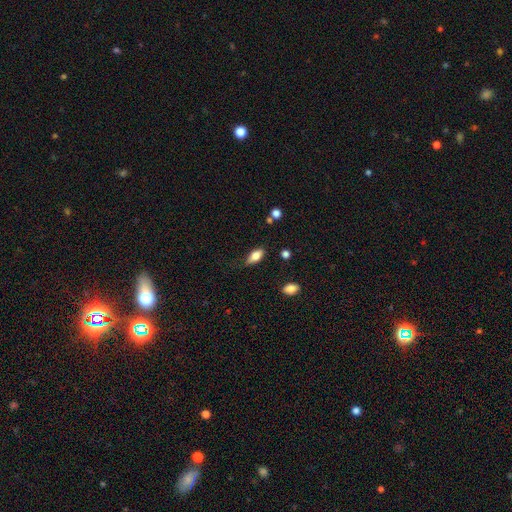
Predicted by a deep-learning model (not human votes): A smooth galaxy with no disk features (77%) that is in between round and cigar-shaped (85%). Merging: none (69%).